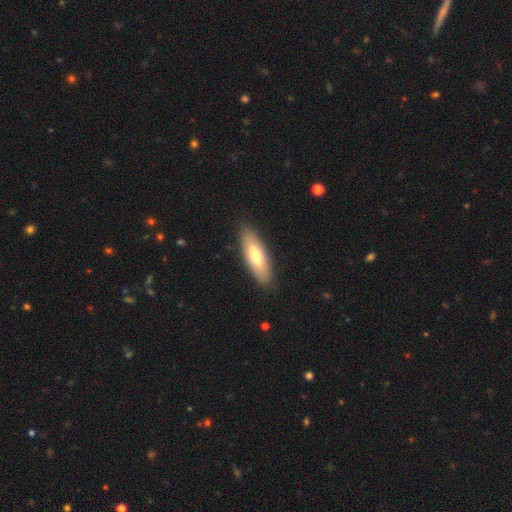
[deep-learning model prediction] A smooth galaxy with no disk features (64%) that is in between round and cigar-shaped (60%). Merging: none (87%).